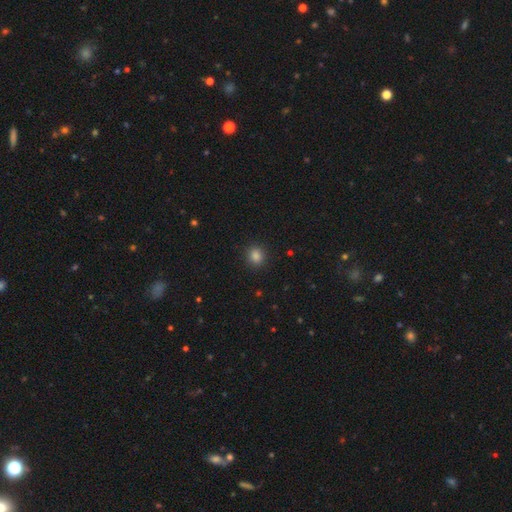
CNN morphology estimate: smooth-or-featured: smooth: 84% | star or artifact: 12% | featured or disk: 4%
  how-rounded: round: 82% | in between: 17% | cigar-shaped: 1%
  merging: none: 91% | minor disturbance: 6% | major disturbance: 2% | merger: 1%